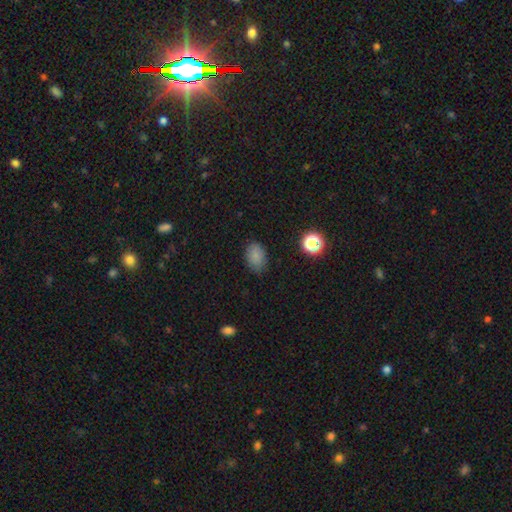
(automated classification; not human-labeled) Smooth or featured?
  - smooth: 80% *
  - star or artifact: 13%
  - featured or disk: 7%
How rounded?
  - in between: 78% *
  - round: 21%
  - cigar-shaped: 1%
Merging?
  - none: 76% *
  - minor disturbance: 19%
  - major disturbance: 4%
  - merger: 1%